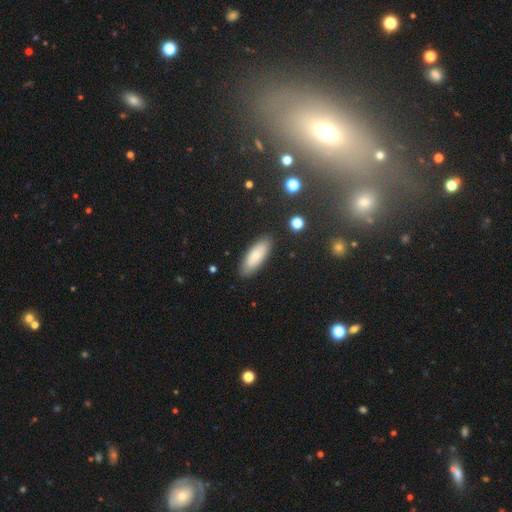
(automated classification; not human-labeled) Smooth or featured? smooth (78%)
How rounded? in between (69%)
Merging? none (87%)